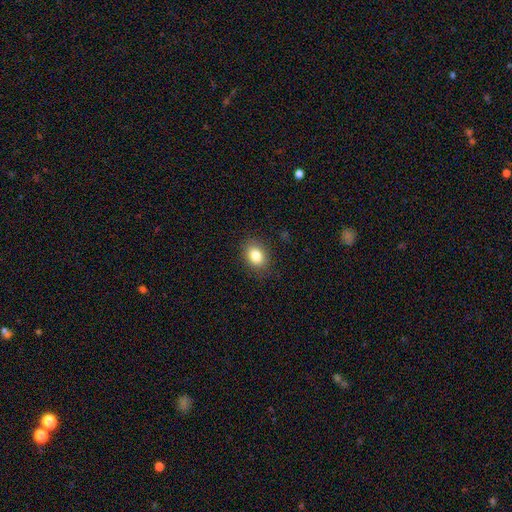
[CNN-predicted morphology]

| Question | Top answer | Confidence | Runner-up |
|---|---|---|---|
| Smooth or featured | smooth | 83% | star or artifact (10%) |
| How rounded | in between | 64% | round (35%) |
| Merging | none | 87% | minor disturbance (10%) |